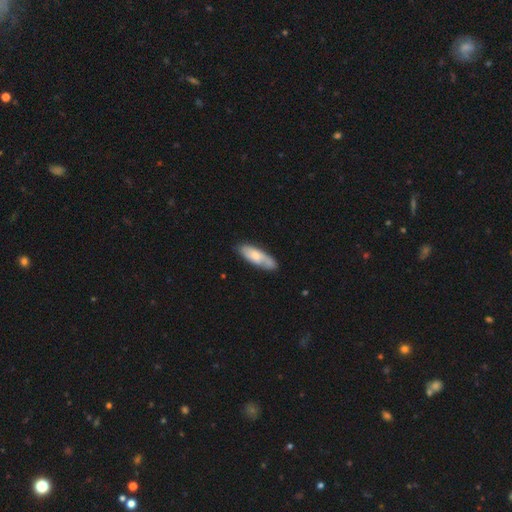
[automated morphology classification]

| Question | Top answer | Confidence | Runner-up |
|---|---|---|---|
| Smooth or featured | smooth | 58% | featured or disk (37%) |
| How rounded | in between | 60% | cigar-shaped (38%) |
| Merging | none | 69% | minor disturbance (23%) |